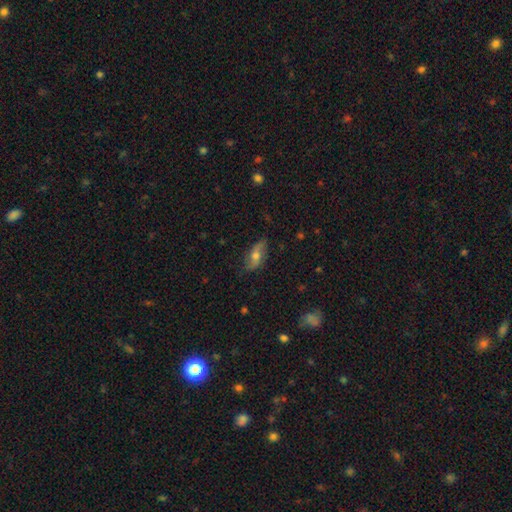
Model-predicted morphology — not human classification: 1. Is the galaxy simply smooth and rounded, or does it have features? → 50% smooth, 42% featured or disk, 8% star or artifact.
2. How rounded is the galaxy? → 82% in between, 12% cigar-shaped, 5% round.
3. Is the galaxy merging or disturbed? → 77% none, 17% minor disturbance, 4% major disturbance, 1% merger.